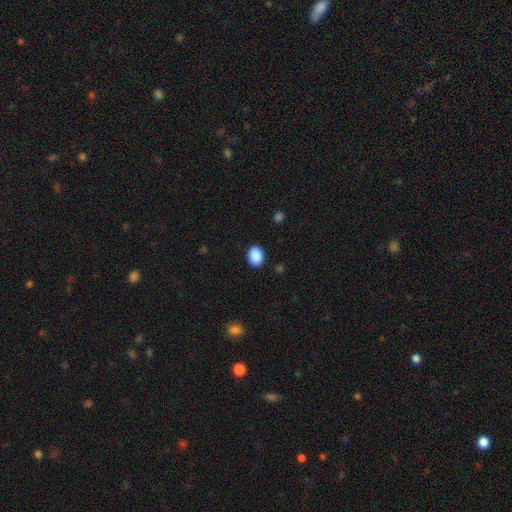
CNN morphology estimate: smooth-or-featured: smooth: 90% | star or artifact: 8% | featured or disk: 2%
  how-rounded: in between: 61% | round: 38% | cigar-shaped: 1%
  merging: none: 89% | minor disturbance: 8% | major disturbance: 2% | merger: 1%